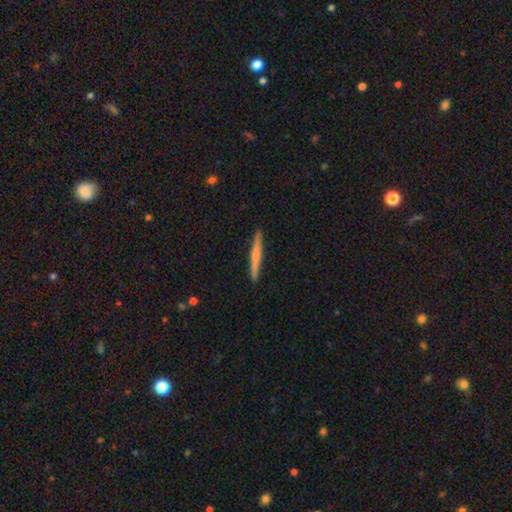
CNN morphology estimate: The model was most divided on "smooth or featured": smooth: 48%, featured or disk: 46%, star or artifact: 6%. More confident: merging — none (91%).